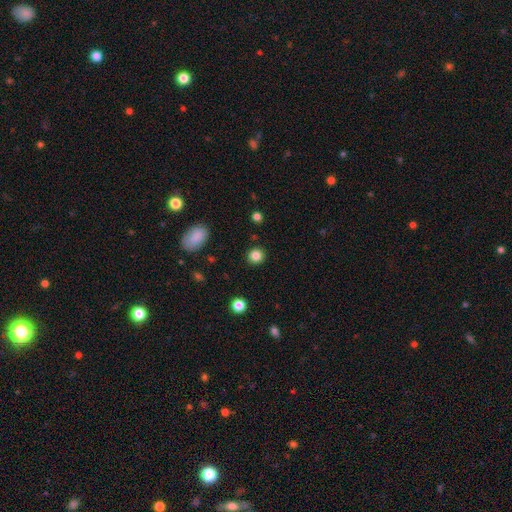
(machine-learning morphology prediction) A smooth galaxy with no disk features (85%) that is round (90%).

Vote fractions:
- Smooth or featured? smooth: 85% / star or artifact: 11% / featured or disk: 4%
- How rounded? round: 90% / in between: 9% / cigar-shaped: 1%
- Merging? none: 91% / minor disturbance: 6% / major disturbance: 2% / merger: 1%